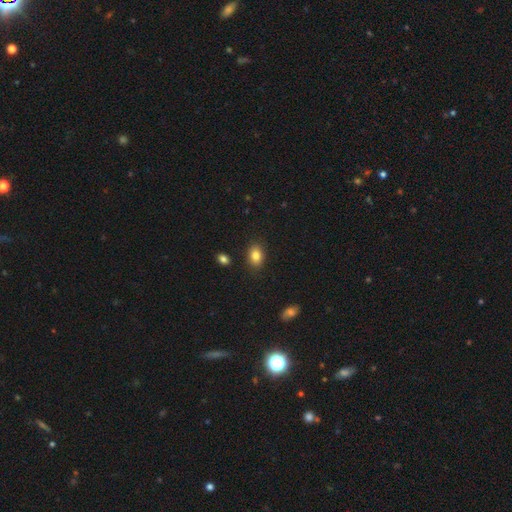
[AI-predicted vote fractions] A smooth galaxy with no disk features (83%) that is in between round and cigar-shaped (80%).

Vote fractions:
- Smooth or featured? smooth: 83% / star or artifact: 9% / featured or disk: 8%
- How rounded? in between: 80% / round: 19% / cigar-shaped: 1%
- Merging? none: 87% / minor disturbance: 9% / major disturbance: 2% / merger: 2%